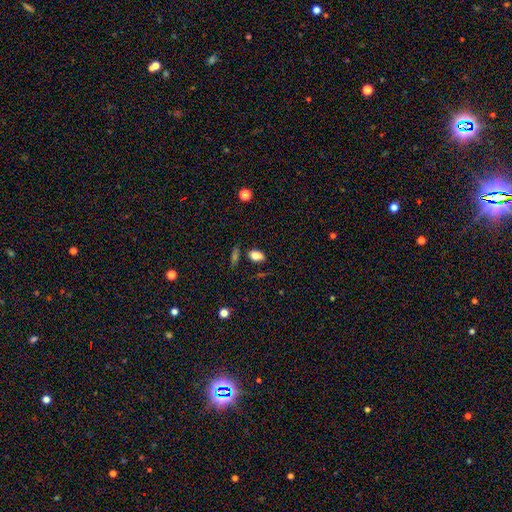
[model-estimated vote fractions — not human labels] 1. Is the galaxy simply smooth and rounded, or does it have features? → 79% smooth, 11% star or artifact, 10% featured or disk.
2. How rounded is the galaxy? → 87% in between, 10% round, 4% cigar-shaped.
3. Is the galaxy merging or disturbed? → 72% none, 17% minor disturbance, 6% merger, 5% major disturbance.